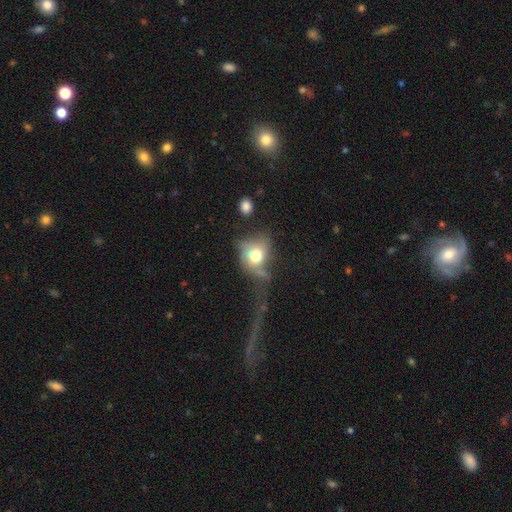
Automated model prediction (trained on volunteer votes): A smooth galaxy with no disk features (59%) that is round (57%). Merging: major disturbance (45%).